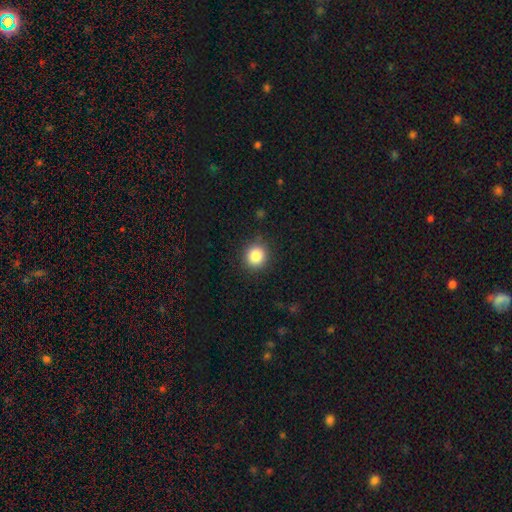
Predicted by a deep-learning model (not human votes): Morphology: type=smooth (85%); roundness=round (89%); merging=none (90%).